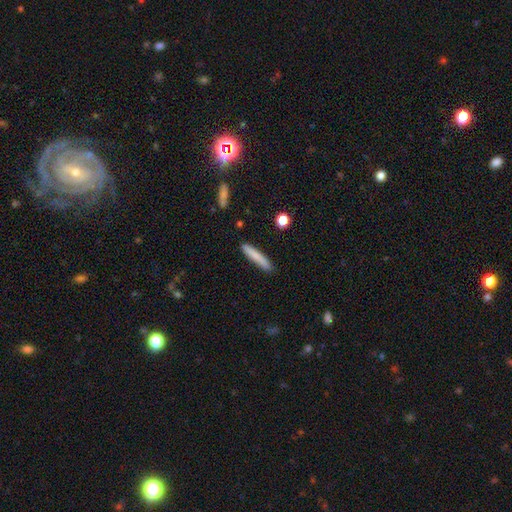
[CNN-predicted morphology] smooth-or-featured: smooth: 80% | featured or disk: 14% | star or artifact: 6%
  how-rounded: cigar-shaped: 93% | in between: 6% | round: 1%
  merging: none: 88% | minor disturbance: 9% | major disturbance: 2% | merger: 2%